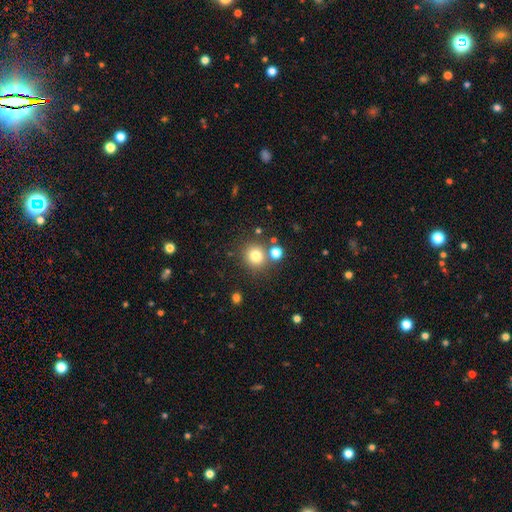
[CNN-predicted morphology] This is likely a smooth galaxy (79%). How rounded: clearly round (91%). Merging: likely none (75%).